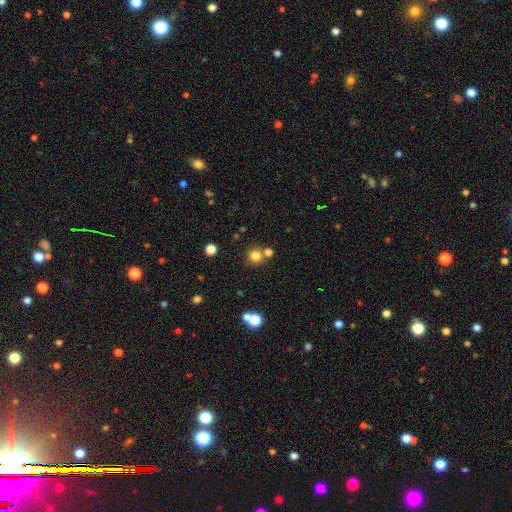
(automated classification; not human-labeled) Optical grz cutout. It shows a smooth galaxy with no disk features (78%) that is round (94%). Merging: none (72%).